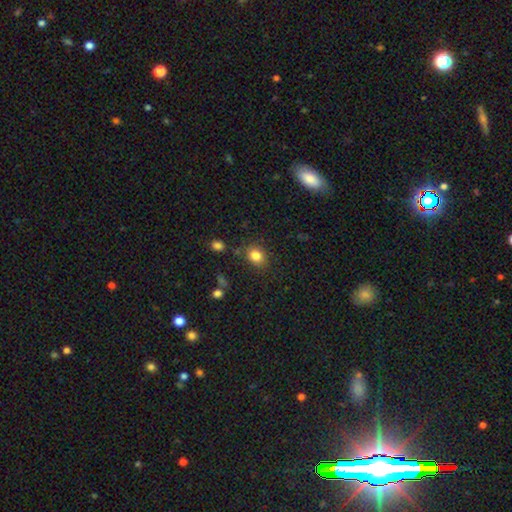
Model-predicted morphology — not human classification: type=smooth (83%); roundness=round (56%); merging=none (80%).